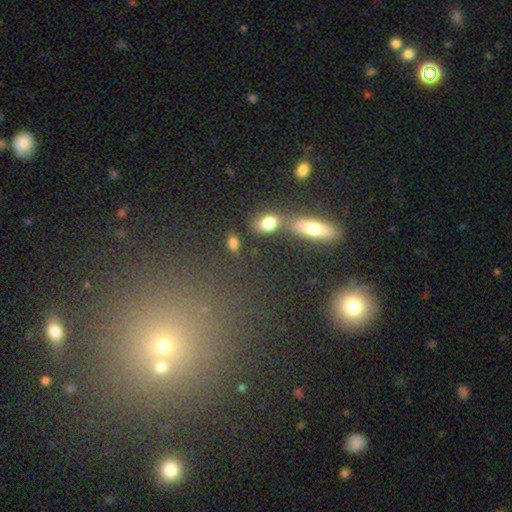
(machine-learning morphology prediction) Smooth or featured?
  - star or artifact: 42% *
  - smooth: 32%
  - featured or disk: 26%